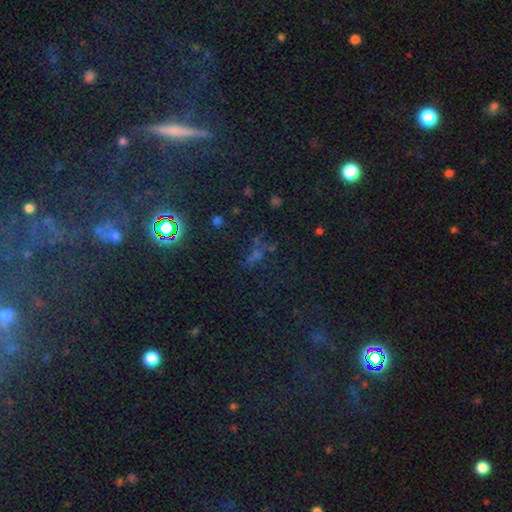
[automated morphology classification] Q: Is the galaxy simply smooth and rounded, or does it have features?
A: star or artifact — 64%.